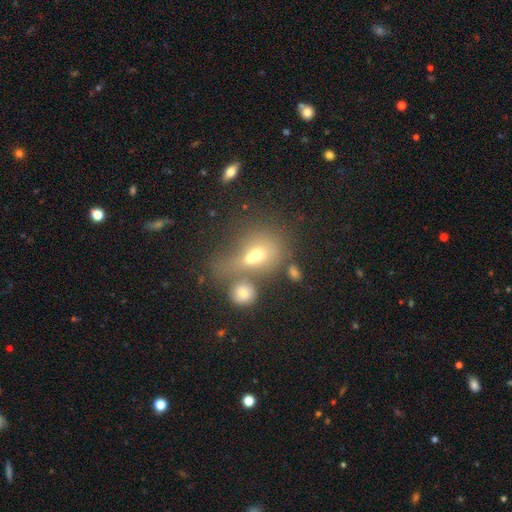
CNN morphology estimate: This appears to be a smooth galaxy with no disk features (58%) that is round (53%). Merging: merger (46%).